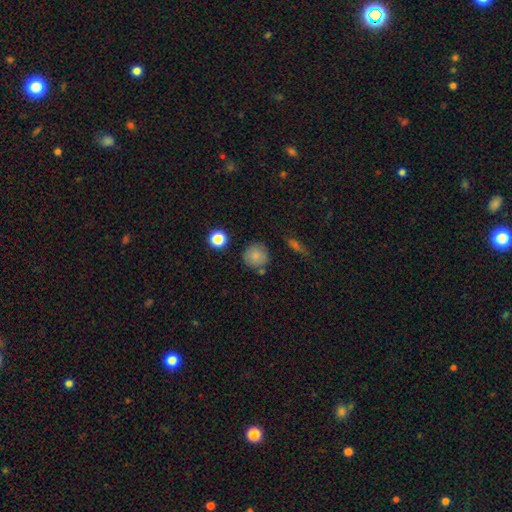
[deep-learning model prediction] This appears to be a smooth galaxy with no disk features (81%) that is round (92%). Merging: none (77%).